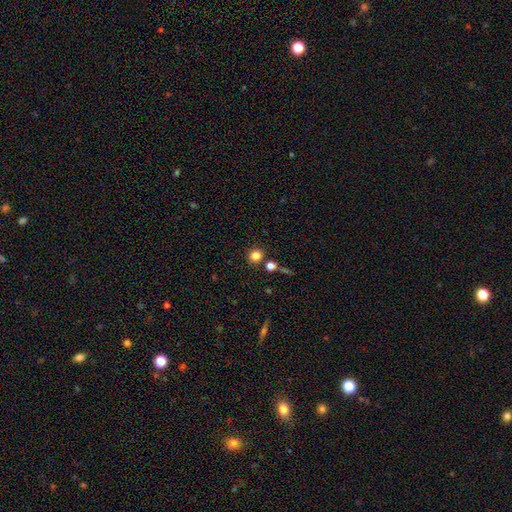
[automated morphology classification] smooth_or_featured: smooth (p=0.82) [alt: star or artifact p=0.12]
how_rounded: round (p=0.86) [alt: in between p=0.13]
merging: none (p=0.82) [alt: merger p=0.08]